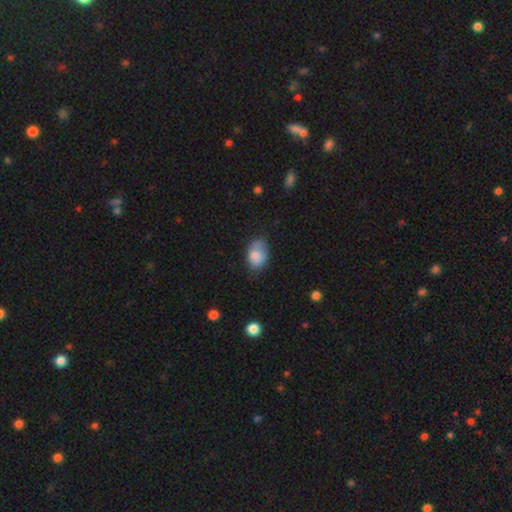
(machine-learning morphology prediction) Overall: smooth (79%). How rounded: in between (83%). Merging: none (55%; minor disturbance 33%).